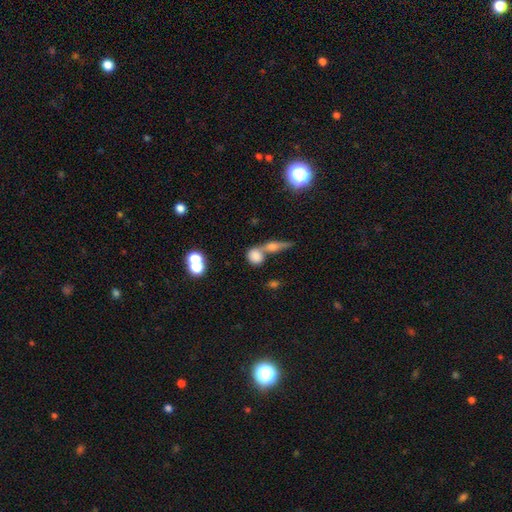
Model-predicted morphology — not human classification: smooth-or-featured: smooth: 75% | featured or disk: 14% | star or artifact: 12%
  how-rounded: round: 57% | in between: 37% | cigar-shaped: 6%
  merging: merger: 44% | none: 41% | minor disturbance: 10% | major disturbance: 5%